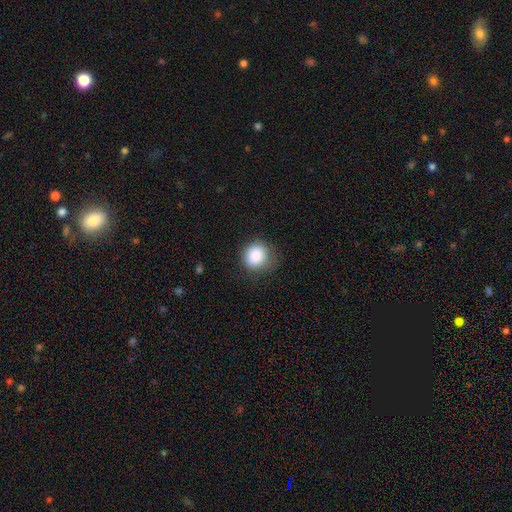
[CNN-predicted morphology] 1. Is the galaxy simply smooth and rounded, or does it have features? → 87% smooth, 8% star or artifact, 4% featured or disk.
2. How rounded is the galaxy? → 83% round, 17% in between, 1% cigar-shaped.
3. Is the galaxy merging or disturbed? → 72% none, 20% minor disturbance, 7% major disturbance, 1% merger.